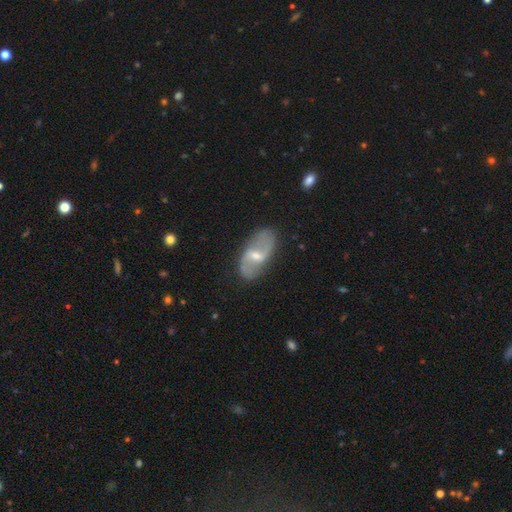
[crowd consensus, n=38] A featured or disk galaxy (68%) with a weak bar (62%), 2 (80%) medium (50%) spiral arms (83%) and a moderate central bulge (50%). Merging: none (81%).